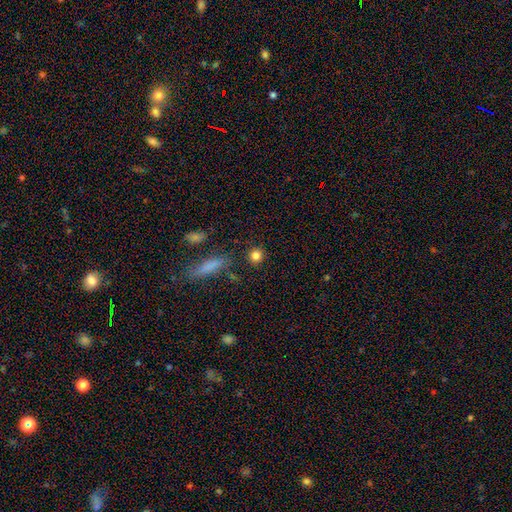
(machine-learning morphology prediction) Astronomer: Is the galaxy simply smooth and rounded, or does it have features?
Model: smooth — 83%.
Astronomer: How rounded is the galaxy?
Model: round — 89%.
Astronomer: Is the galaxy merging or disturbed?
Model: none — 88%.